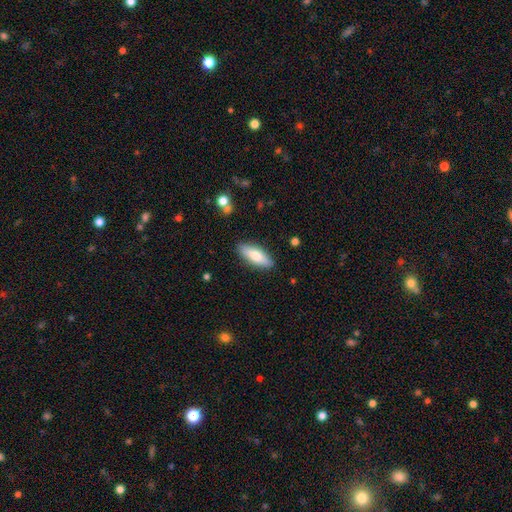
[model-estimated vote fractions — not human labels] Q: Smooth or featured?
A: smooth (71%); runner-up: featured or disk (23%)
Q: How rounded?
A: in between (61%); runner-up: cigar-shaped (37%)
Q: Merging?
A: none (87%); runner-up: minor disturbance (9%)